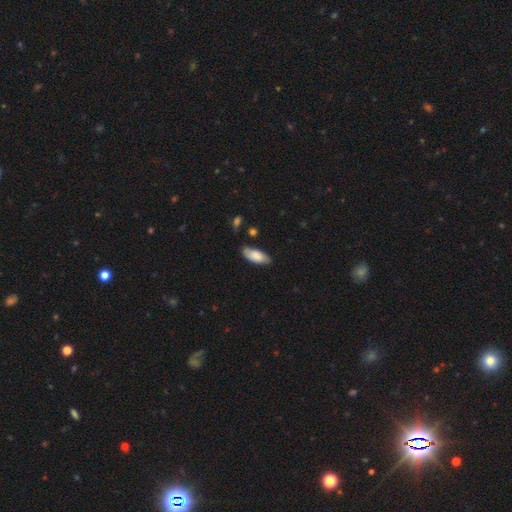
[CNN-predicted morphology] A smooth galaxy with no disk features (81%) that is in between round and cigar-shaped (85%). Merging: none (75%).